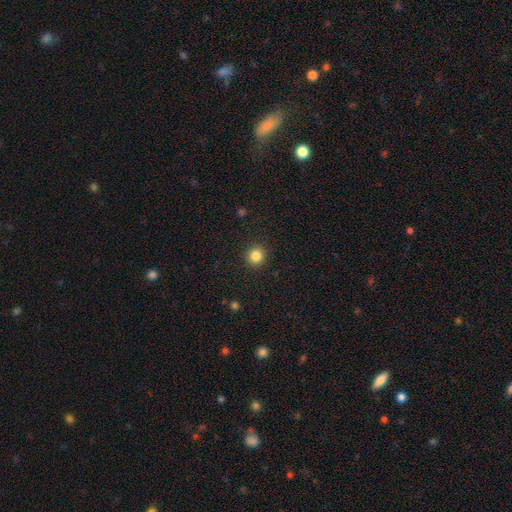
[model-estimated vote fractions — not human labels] Overall: smooth (84%). How rounded: round (91%). Merging: none (92%).